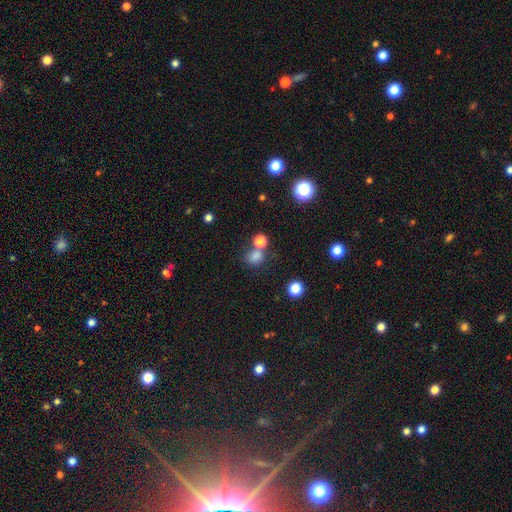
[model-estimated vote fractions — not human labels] smooth-or-featured: smooth: 78% | star or artifact: 16% | featured or disk: 6%
  how-rounded: round: 62% | in between: 37% | cigar-shaped: 1%
  merging: none: 57% | merger: 26% | minor disturbance: 11% | major disturbance: 6%